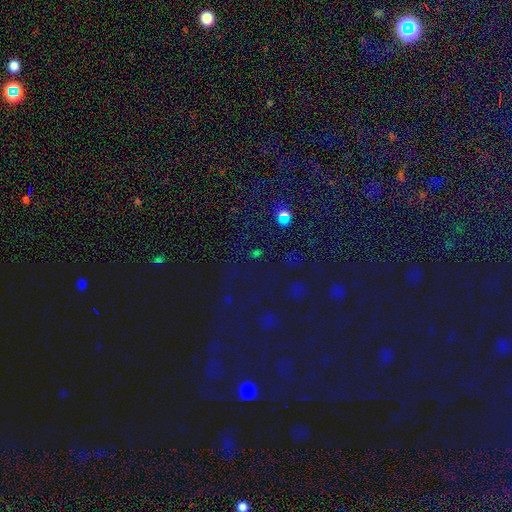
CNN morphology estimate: Q: Smooth or featured?
A: star or artifact (81%); runner-up: smooth (12%)